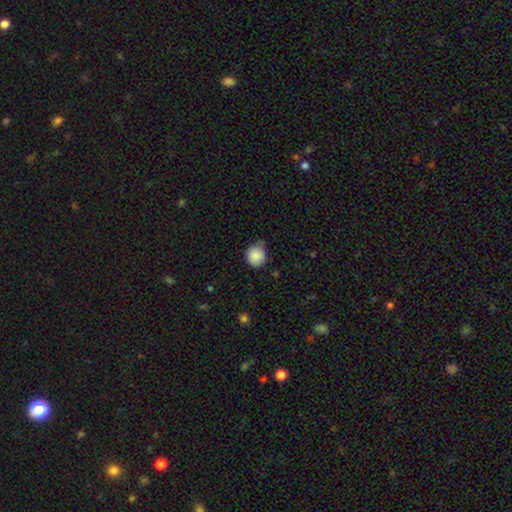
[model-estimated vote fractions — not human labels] smooth 87%, star or artifact 9%, featured or disk 4%. Down the decision tree: how rounded — round (87%); merging — none (66%).